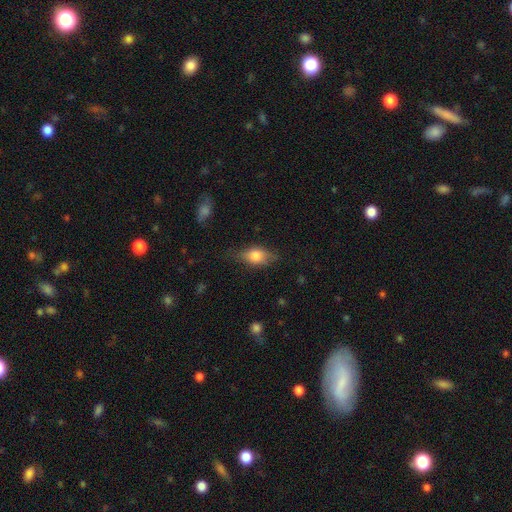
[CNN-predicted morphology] A smooth galaxy with no disk features (71%) that is in between round and cigar-shaped (81%). Merging: none (71%).